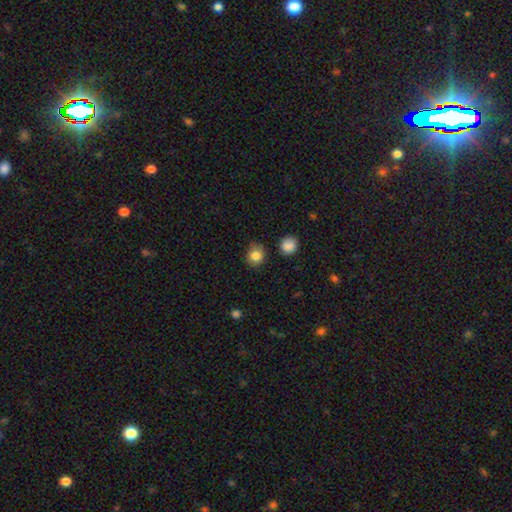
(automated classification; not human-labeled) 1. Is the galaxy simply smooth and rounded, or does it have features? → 84% smooth, 10% star or artifact, 6% featured or disk.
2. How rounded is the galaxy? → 79% round, 20% in between, 1% cigar-shaped.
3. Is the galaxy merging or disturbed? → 79% none, 14% minor disturbance, 3% major disturbance, 3% merger.